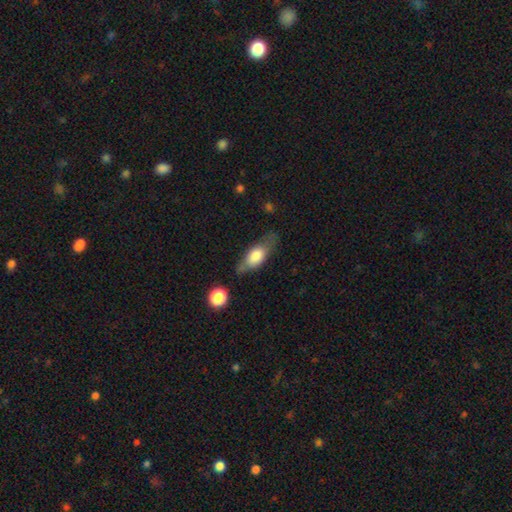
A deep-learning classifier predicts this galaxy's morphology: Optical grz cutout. It shows a smooth galaxy with no disk features (62%) that is in between round and cigar-shaped (70%). Merging: none (61%).